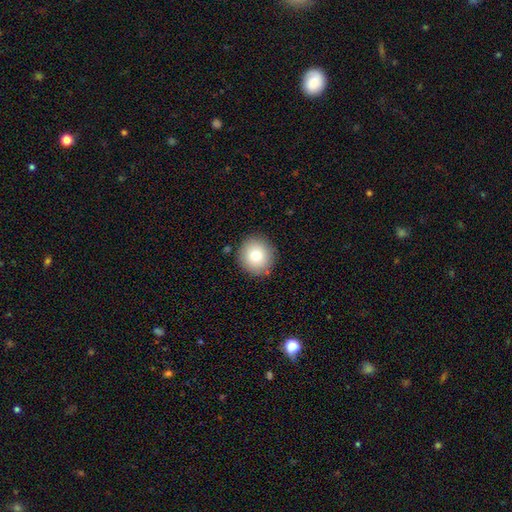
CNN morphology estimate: smooth-or-featured: smooth: 79% | featured or disk: 12% | star or artifact: 10%
  how-rounded: round: 91% | in between: 8% | cigar-shaped: 1%
  merging: none: 88% | minor disturbance: 8% | major disturbance: 2% | merger: 2%